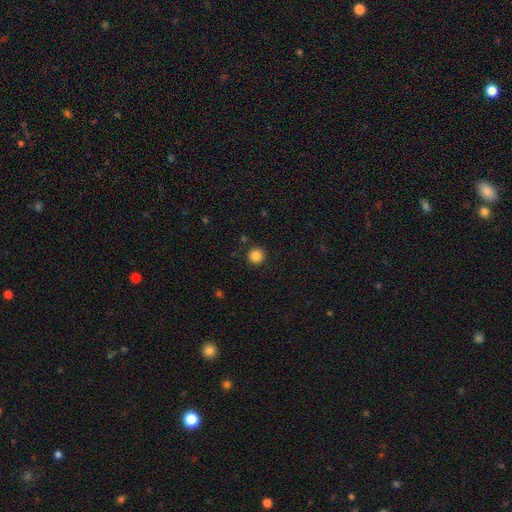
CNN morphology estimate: Smooth or featured? Predicted: smooth (p=0.86). How rounded? Predicted: round (p=0.94). Merging? Predicted: none (p=0.91).